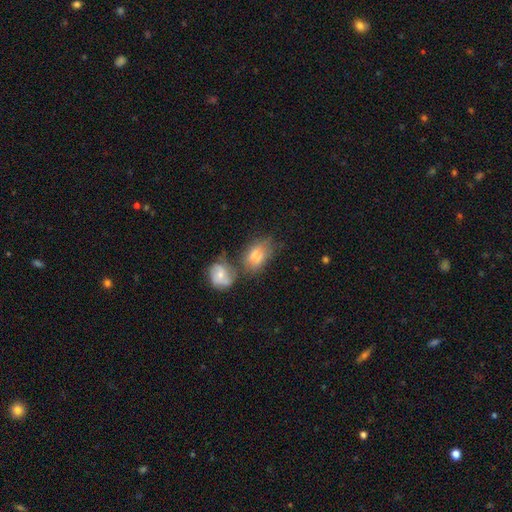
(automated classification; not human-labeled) Smooth or featured: smooth — 63% (featured or disk — 26%)
How rounded: in between — 77% (round — 21%)
Merging: none — 37% (merger — 32%)